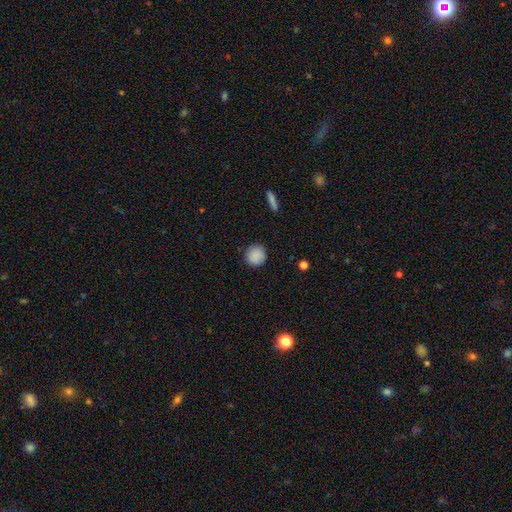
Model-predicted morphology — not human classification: A smooth galaxy with no disk features (88%) that is round (93%). Merging: none (89%).